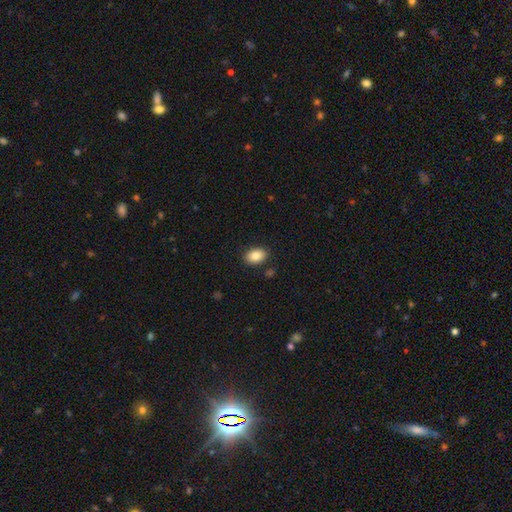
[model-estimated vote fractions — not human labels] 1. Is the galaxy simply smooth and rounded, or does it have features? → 85% smooth, 8% star or artifact, 7% featured or disk.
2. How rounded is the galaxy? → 84% in between, 15% round, 1% cigar-shaped.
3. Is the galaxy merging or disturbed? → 88% none, 8% minor disturbance, 2% major disturbance, 2% merger.